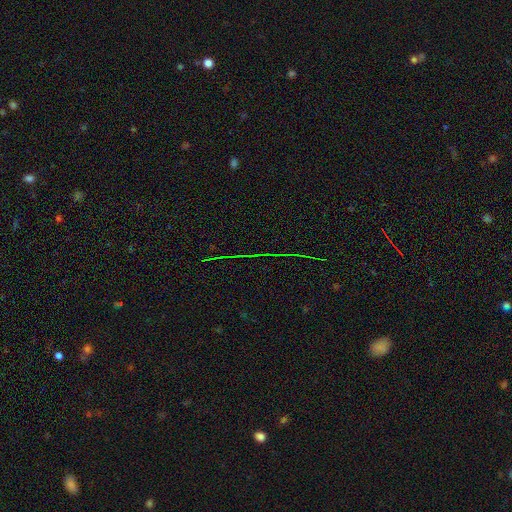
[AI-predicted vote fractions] smooth_or_featured: star or artifact (p=0.81) [alt: featured or disk p=0.10]